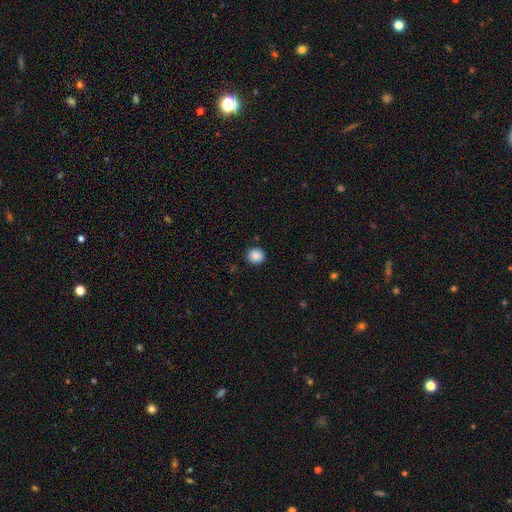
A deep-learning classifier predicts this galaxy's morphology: This is clearly a smooth galaxy (88%). How rounded: clearly round (90%). Merging: clearly none (91%).